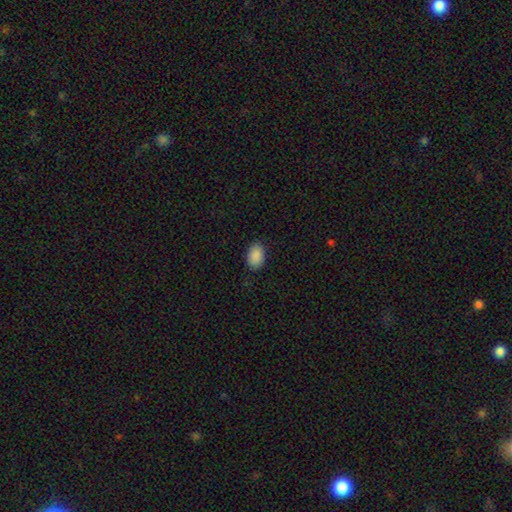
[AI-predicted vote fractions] Q: Smooth or featured?
A: smooth (90%); runner-up: star or artifact (7%)
Q: How rounded?
A: in between (88%); runner-up: round (11%)
Q: Merging?
A: none (87%); runner-up: minor disturbance (9%)